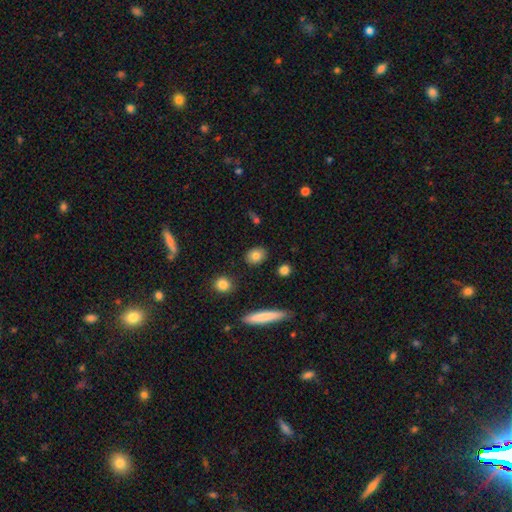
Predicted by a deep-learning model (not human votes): smooth_or_featured: smooth (p=0.80) [alt: featured or disk p=0.11]
how_rounded: round (p=0.49) [alt: in between p=0.48]
merging: none (p=0.88) [alt: minor disturbance p=0.08]